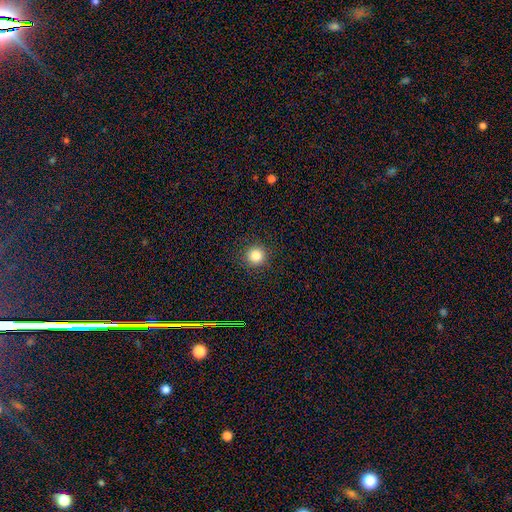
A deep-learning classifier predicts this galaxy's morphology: smooth-or-featured: smooth: 84% | star or artifact: 12% | featured or disk: 4%
  how-rounded: round: 95% | in between: 4% | cigar-shaped: 1%
  merging: none: 92% | minor disturbance: 5% | major disturbance: 2% | merger: 1%